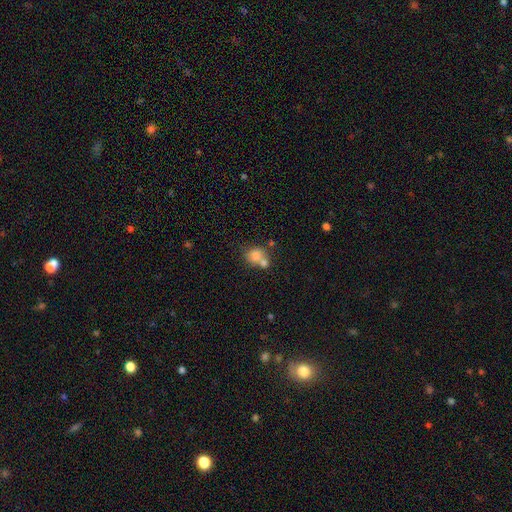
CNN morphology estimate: smooth_or_featured: smooth (p=0.76) [alt: featured or disk p=0.13]
how_rounded: round (p=0.65) [alt: in between p=0.34]
merging: merger (p=0.50) [alt: none p=0.34]